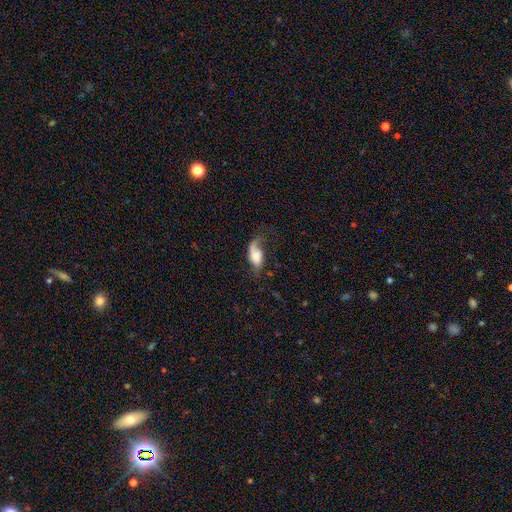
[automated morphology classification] Smooth or featured: featured or disk — 52% (smooth — 40%)
Edge-on disk: no — 91% (yes — 9%)
Merging: major disturbance — 37% (none — 34%)